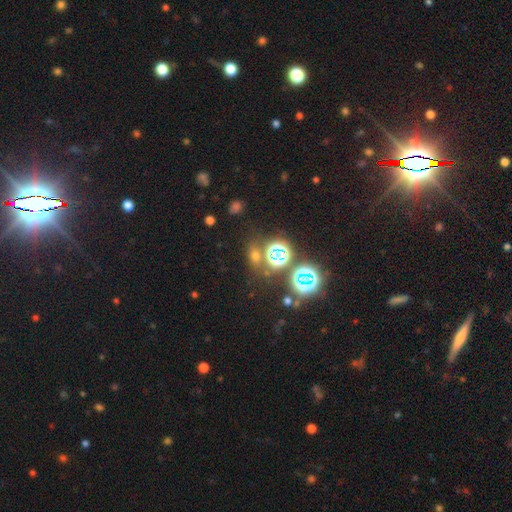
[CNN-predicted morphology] Smooth or featured?
  - star or artifact: 55% *
  - smooth: 35%
  - featured or disk: 10%